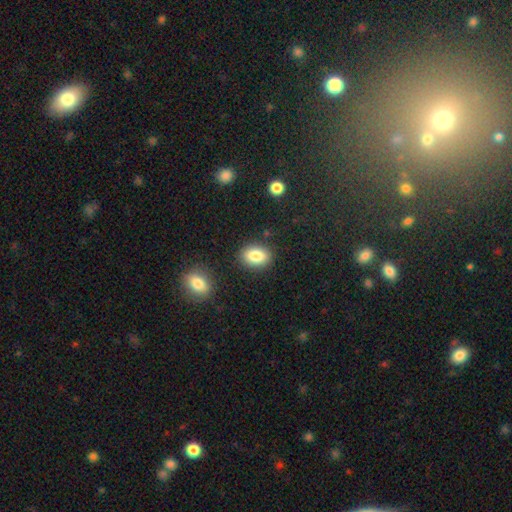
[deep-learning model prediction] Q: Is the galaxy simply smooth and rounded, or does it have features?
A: smooth — 85%.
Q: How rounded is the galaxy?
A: in between — 78%.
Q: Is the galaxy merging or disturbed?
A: none — 85%.